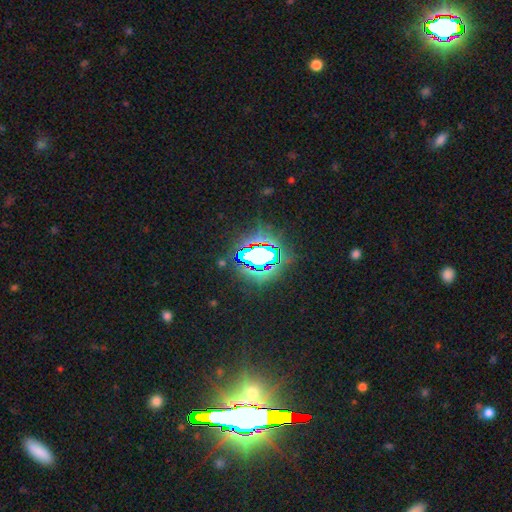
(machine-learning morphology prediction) Smooth or featured? star or artifact (70%)